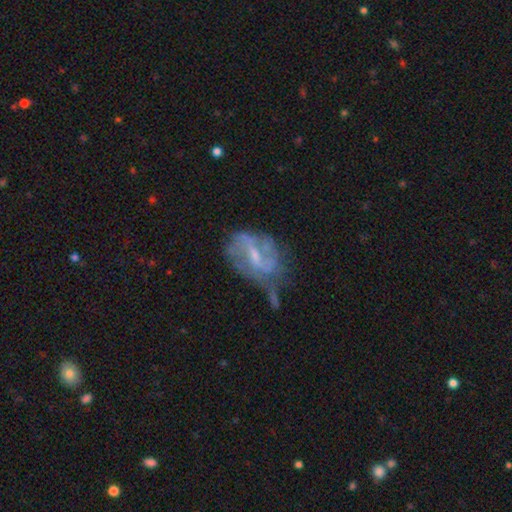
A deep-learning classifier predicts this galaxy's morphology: A featured or disk galaxy (71%) with a weak bar (53%), spiral arms (68%) and a small central bulge (53%).

Vote fractions:
- Smooth or featured? featured or disk: 71% / smooth: 20% / star or artifact: 9%
- Edge-on disk? no: 96% / yes: 4%
- Bar? weak: 53% / no: 26% / strong: 21%
- Spiral arms? yes: 68% / no: 32%
- Bulge size? small: 53% / moderate: 31% / none: 13% / large: 2% / dominant: 1%
- Merging? none: 37% / minor disturbance: 28% / major disturbance: 25% / merger: 9%